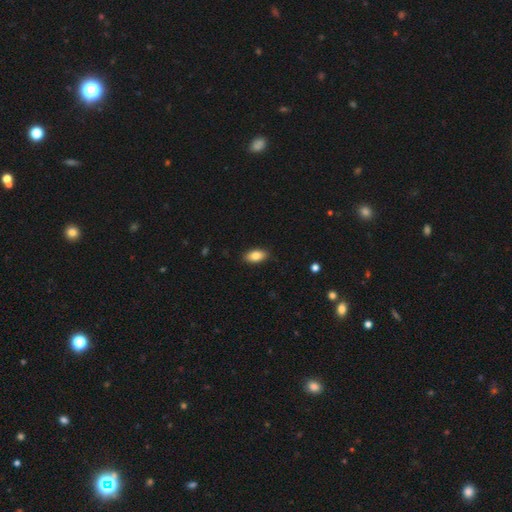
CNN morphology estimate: A smooth galaxy with no disk features (84%) that is in between round and cigar-shaped (91%).

Vote fractions:
- Smooth or featured? smooth: 84% / featured or disk: 8% / star or artifact: 7%
- How rounded? in between: 91% / cigar-shaped: 4% / round: 4%
- Merging? none: 88% / minor disturbance: 9% / major disturbance: 2% / merger: 1%